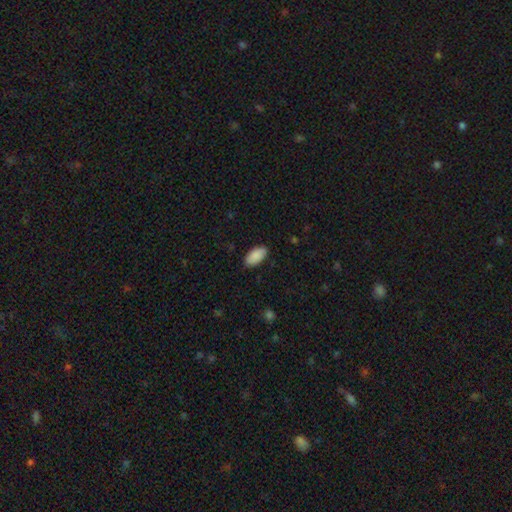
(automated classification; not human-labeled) Overall: smooth (90%). How rounded: in between (95%). Merging: none (87%).